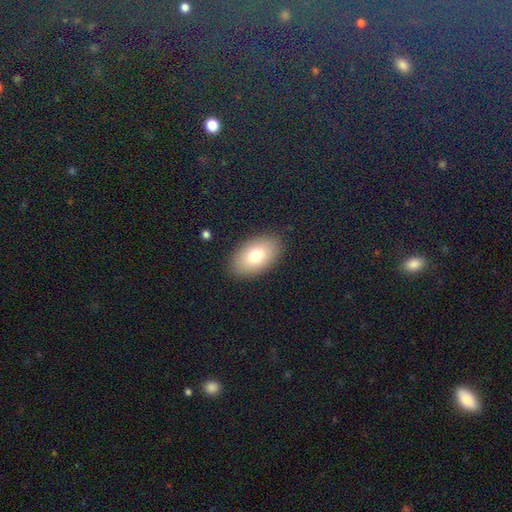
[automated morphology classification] Overall: smooth (77%). How rounded: in between (92%). Merging: none (88%).